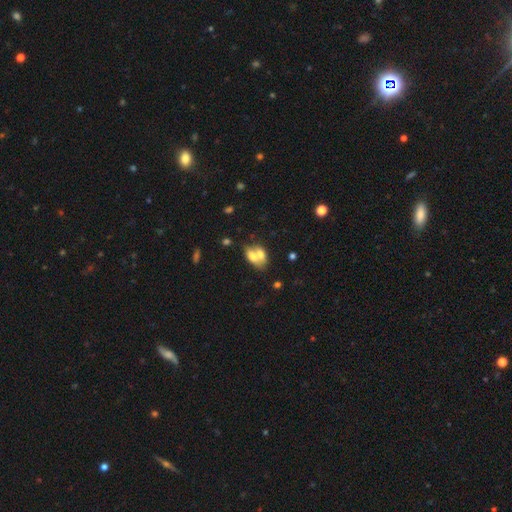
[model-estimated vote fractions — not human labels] Smooth or featured: smooth — 66% (featured or disk — 26%)
How rounded: in between — 80% (round — 17%)
Merging: merger — 70% (none — 19%)